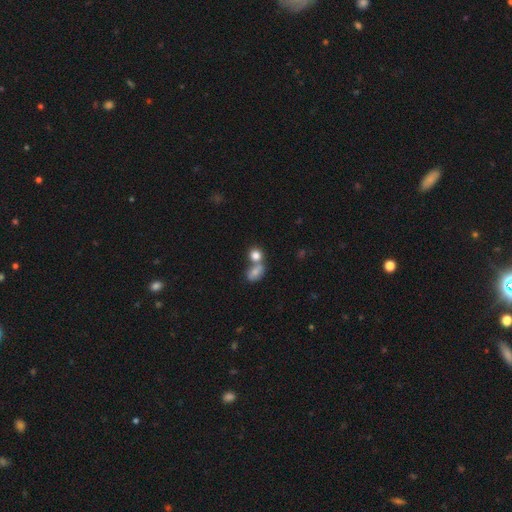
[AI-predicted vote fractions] Smooth or featured?
  - smooth: 79% *
  - featured or disk: 11%
  - star or artifact: 10%
How rounded?
  - round: 70% *
  - in between: 29%
  - cigar-shaped: 1%
Merging?
  - merger: 51% *
  - none: 37%
  - minor disturbance: 8%
  - major disturbance: 4%